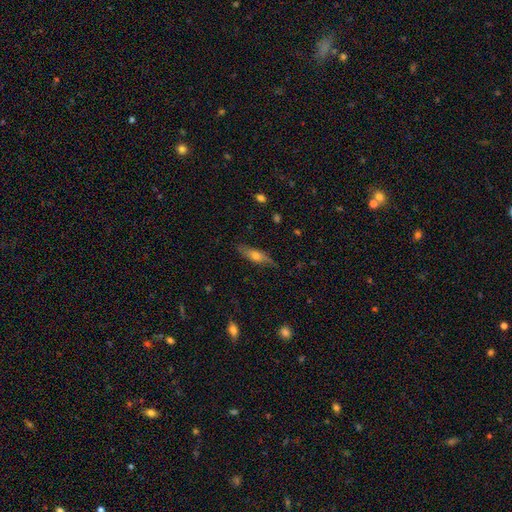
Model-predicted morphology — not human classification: The model was most divided on "smooth or featured": smooth: 49%, featured or disk: 44%, star or artifact: 7%. More confident: merging — none (77%).